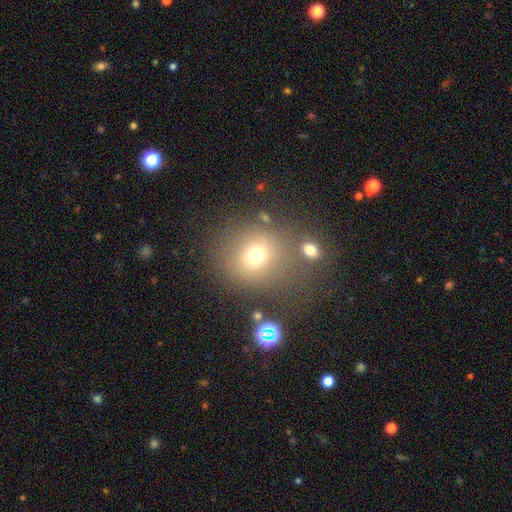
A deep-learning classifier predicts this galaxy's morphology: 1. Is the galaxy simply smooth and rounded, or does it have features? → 70% smooth, 18% star or artifact, 12% featured or disk.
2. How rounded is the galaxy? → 83% round, 16% in between, 1% cigar-shaped.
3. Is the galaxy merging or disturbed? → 69% none, 12% minor disturbance, 12% merger, 7% major disturbance.